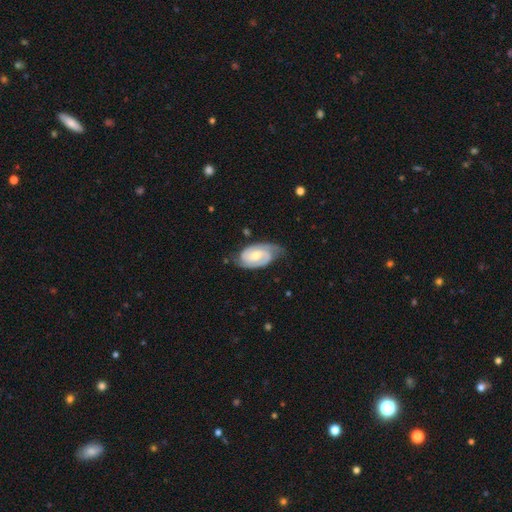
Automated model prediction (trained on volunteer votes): A featured or disk galaxy (84%) with no bar (52%), 2 (82%) tight (59%) spiral arms (96%) and a moderate central bulge (54%). Merging: none (67%).